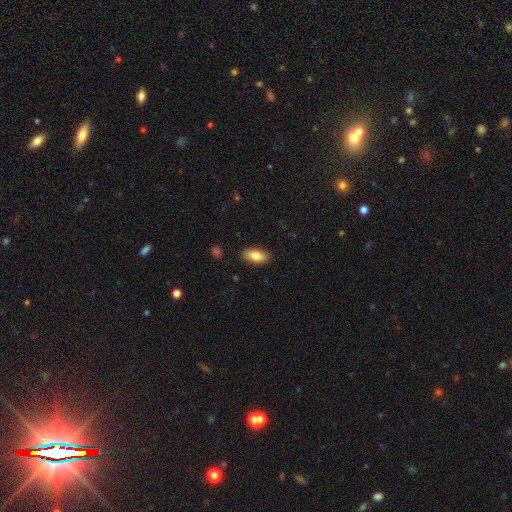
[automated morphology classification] A smooth galaxy with no disk features (82%) that is in between round and cigar-shaped (90%).

Vote fractions:
- Smooth or featured? smooth: 82% / featured or disk: 11% / star or artifact: 7%
- How rounded? in between: 90% / cigar-shaped: 7% / round: 3%
- Merging? none: 88% / minor disturbance: 9% / major disturbance: 2% / merger: 1%